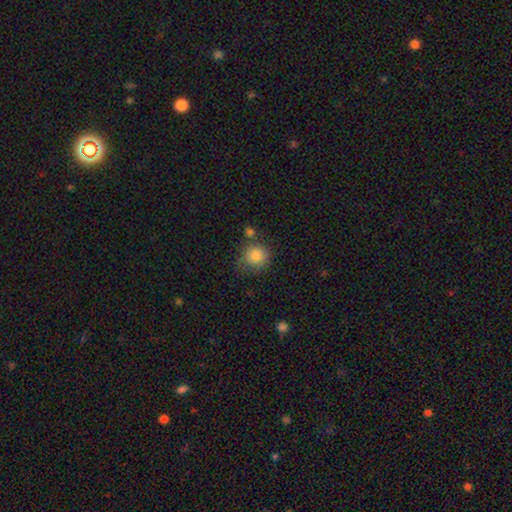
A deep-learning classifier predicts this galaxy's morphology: The model was most divided on "merging": none: 61%, minor disturbance: 21%, merger: 11%, major disturbance: 7%. More confident: how rounded — round (86%); smooth or featured — smooth (84%).